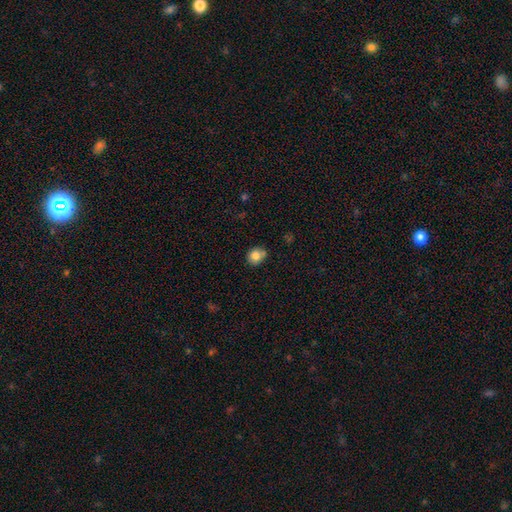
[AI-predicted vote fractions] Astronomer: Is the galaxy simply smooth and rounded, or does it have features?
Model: smooth — 83%.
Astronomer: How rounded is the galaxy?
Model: round — 76%.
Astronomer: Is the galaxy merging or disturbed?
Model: none — 66%.